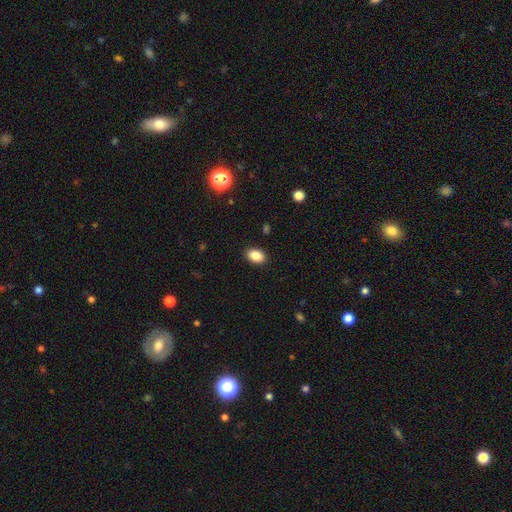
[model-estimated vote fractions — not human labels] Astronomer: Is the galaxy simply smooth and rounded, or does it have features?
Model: smooth — 87%.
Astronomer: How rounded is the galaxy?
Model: in between — 84%.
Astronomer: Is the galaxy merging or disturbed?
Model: none — 89%.